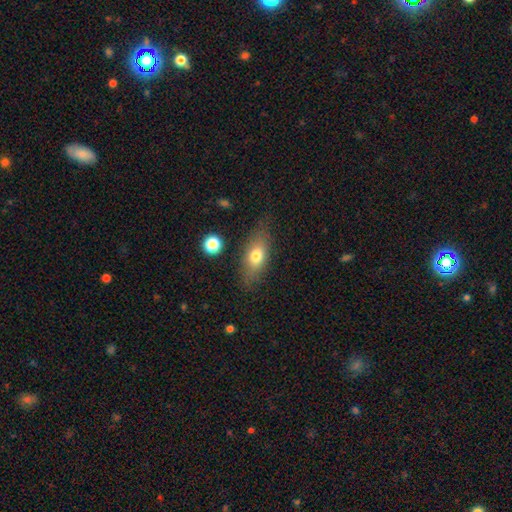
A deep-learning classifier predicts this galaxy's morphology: smooth_or_featured: smooth (p=0.72) [alt: featured or disk p=0.19]
how_rounded: in between (p=0.76) [alt: cigar-shaped p=0.15]
merging: none (p=0.76) [alt: minor disturbance p=0.16]